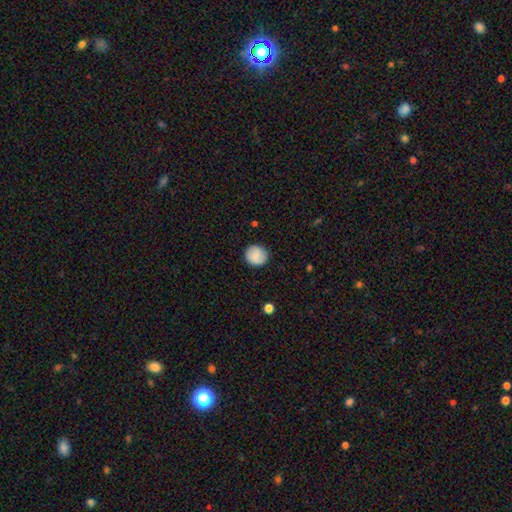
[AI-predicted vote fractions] Overall: smooth (81%). How rounded: round (87%). Merging: none (87%).